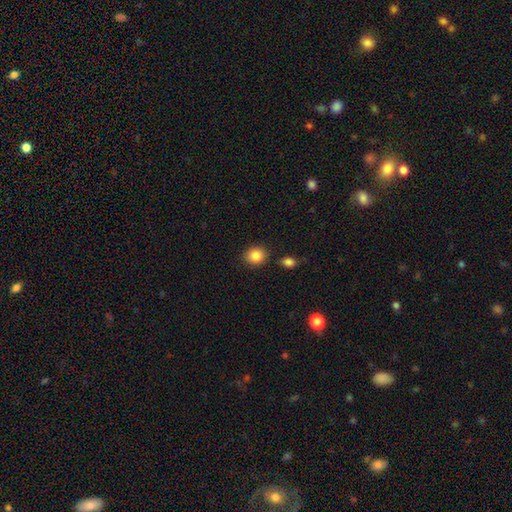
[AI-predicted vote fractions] smooth 86%, star or artifact 9%, featured or disk 5%. Down the decision tree: how rounded — round (75%); merging — none (86%).